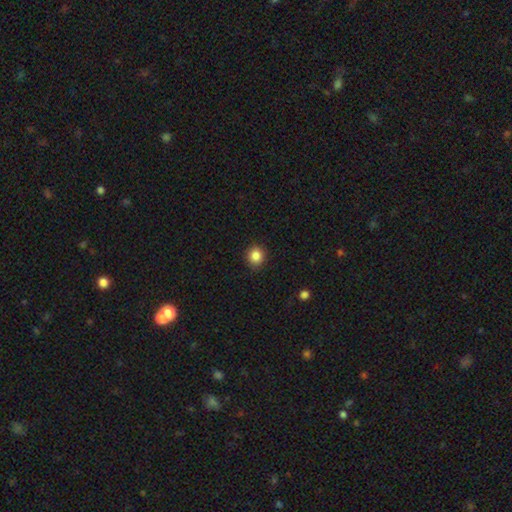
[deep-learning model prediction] This appears to be a smooth galaxy with no disk features (85%) that is round (87%). Merging: none (90%).